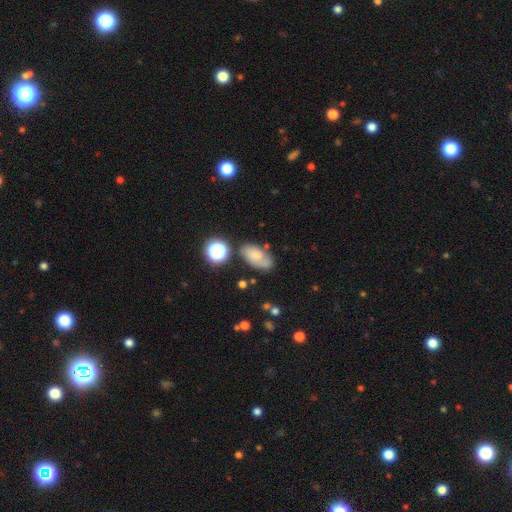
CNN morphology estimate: Overall: smooth (62%; featured or disk 24%). How rounded: in between (88%). Merging: none (62%; minor disturbance 22%).